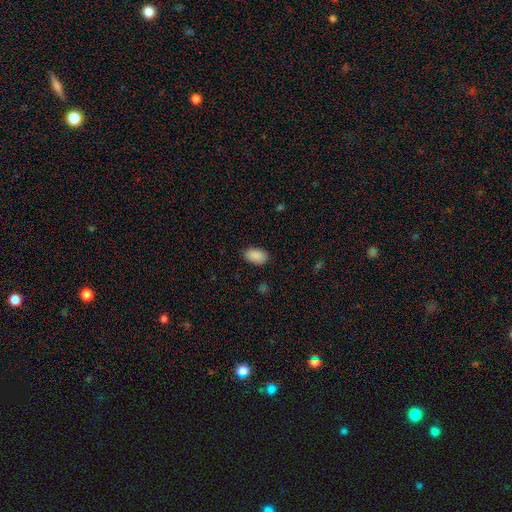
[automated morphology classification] Smooth or featured? smooth (90%)
How rounded? in between (93%)
Merging? none (86%)